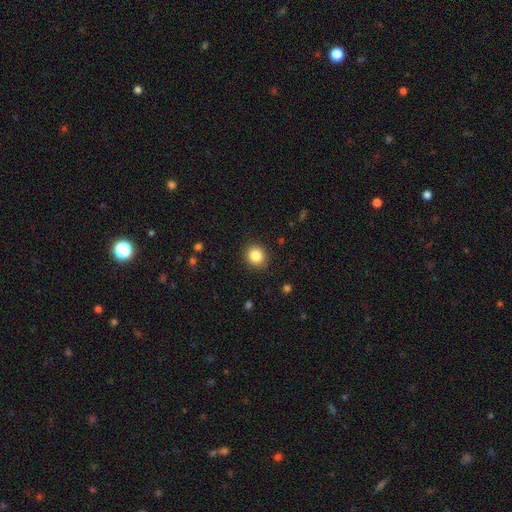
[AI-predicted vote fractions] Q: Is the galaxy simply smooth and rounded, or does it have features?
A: smooth — 85%.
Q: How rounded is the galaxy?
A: round — 85%.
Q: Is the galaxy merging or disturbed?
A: none — 90%.